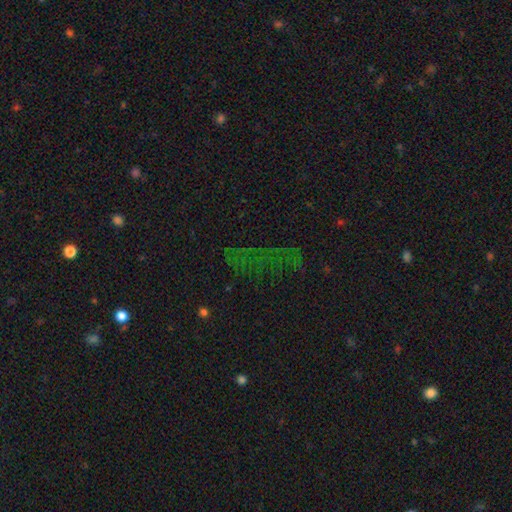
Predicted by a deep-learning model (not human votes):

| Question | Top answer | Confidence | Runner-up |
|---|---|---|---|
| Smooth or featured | star or artifact | 73% | smooth (15%) |